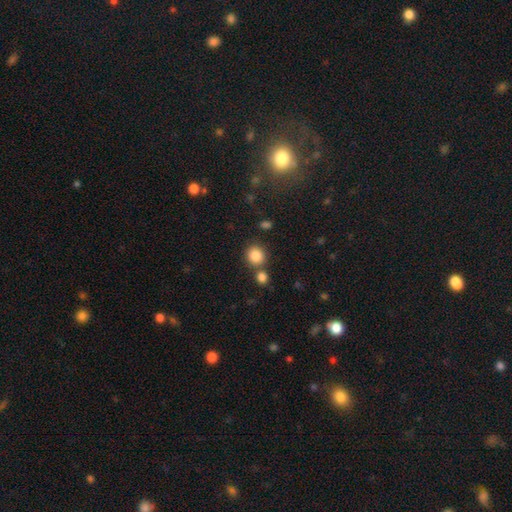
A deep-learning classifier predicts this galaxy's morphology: type=smooth (85%); roundness=round (88%); merging=none (71%).